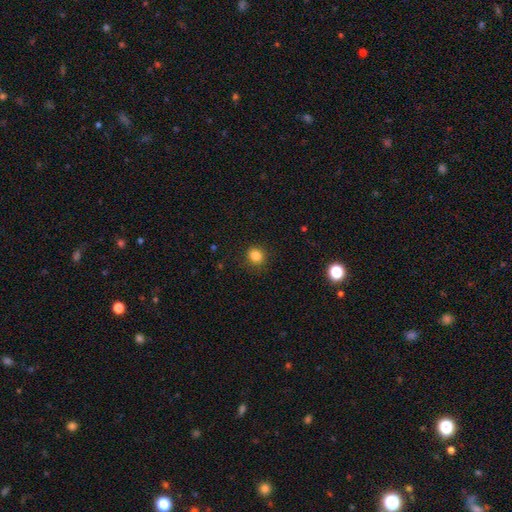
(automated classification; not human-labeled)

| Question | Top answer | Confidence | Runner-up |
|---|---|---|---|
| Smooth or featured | smooth | 84% | star or artifact (12%) |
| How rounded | round | 83% | in between (16%) |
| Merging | none | 89% | minor disturbance (8%) |